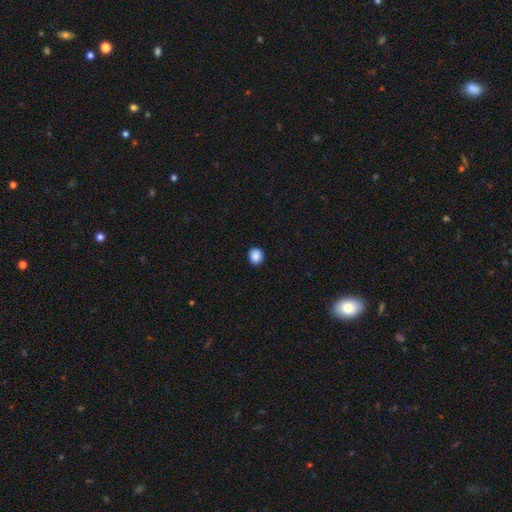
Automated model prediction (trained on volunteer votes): A smooth galaxy with no disk features (88%) that is round (84%).

Vote fractions:
- Smooth or featured? smooth: 88% / star or artifact: 9% / featured or disk: 2%
- How rounded? round: 84% / in between: 15% / cigar-shaped: 1%
- Merging? none: 91% / minor disturbance: 6% / major disturbance: 2% / merger: 1%